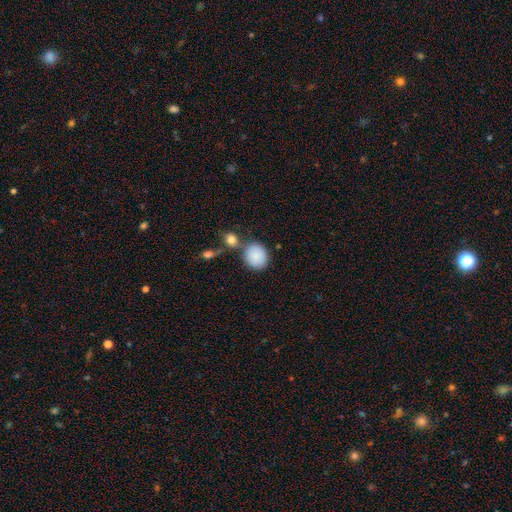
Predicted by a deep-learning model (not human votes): Smooth or featured: smooth — 87% (star or artifact — 7%)
How rounded: round — 73% (in between — 26%)
Merging: none — 65% (merger — 17%)